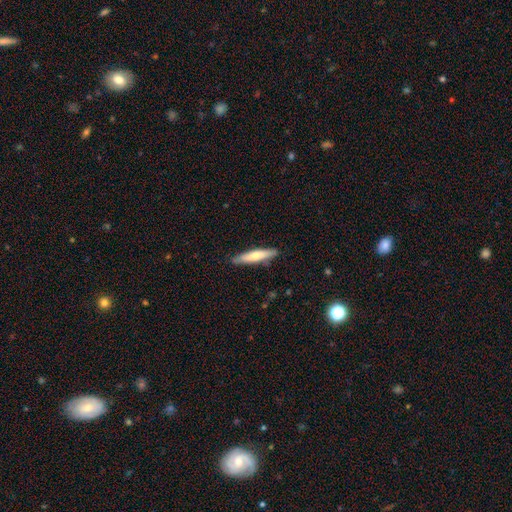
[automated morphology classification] Smooth or featured: smooth — 63% (featured or disk — 32%)
How rounded: cigar-shaped — 86% (in between — 12%)
Merging: none — 86% (minor disturbance — 11%)